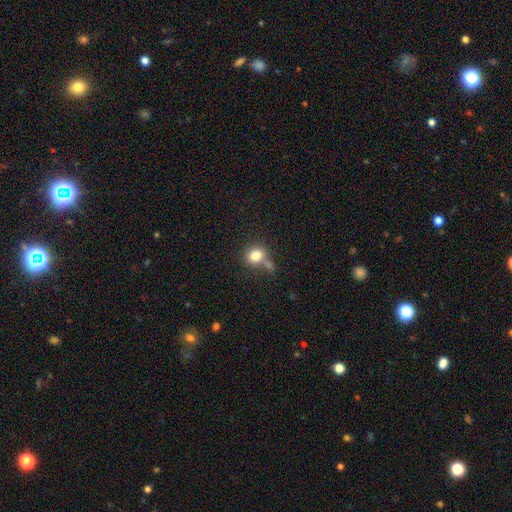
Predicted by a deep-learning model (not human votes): This is clearly a smooth galaxy (80%). How rounded: likely round (70%). Merging: possibly none (53%).